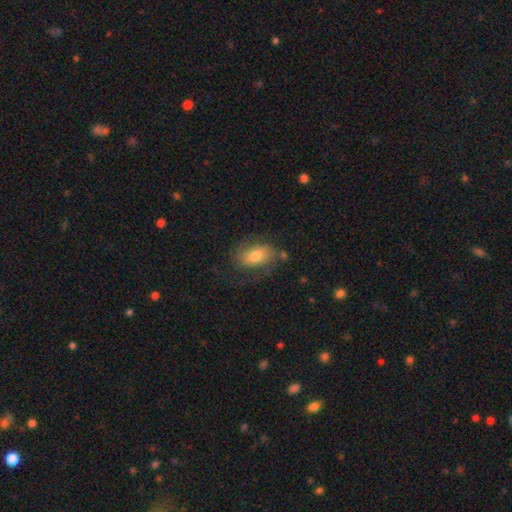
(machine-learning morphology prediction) smooth_or_featured: smooth (p=0.53) [alt: featured or disk p=0.40]
how_rounded: in between (p=0.85) [alt: round p=0.13]
merging: none (p=0.58) [alt: minor disturbance p=0.22]